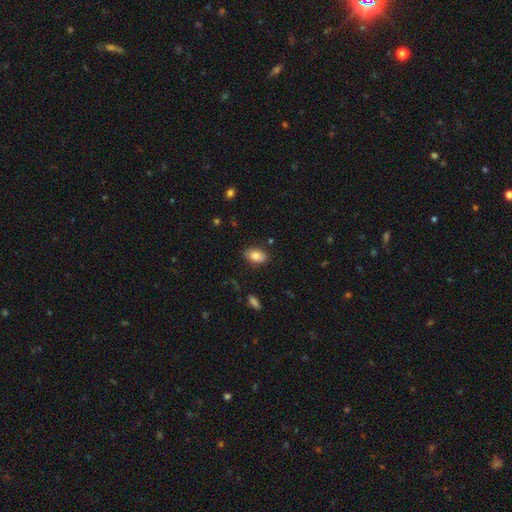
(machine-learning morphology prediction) This appears to be a smooth galaxy with no disk features (82%) that is in between round and cigar-shaped (88%). Merging: none (82%).